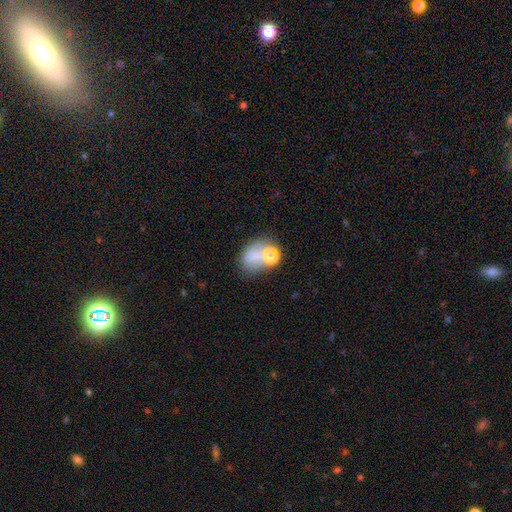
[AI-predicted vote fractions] Smooth or featured? smooth (67%)
How rounded? in between (59%)
Merging? merger (36%)